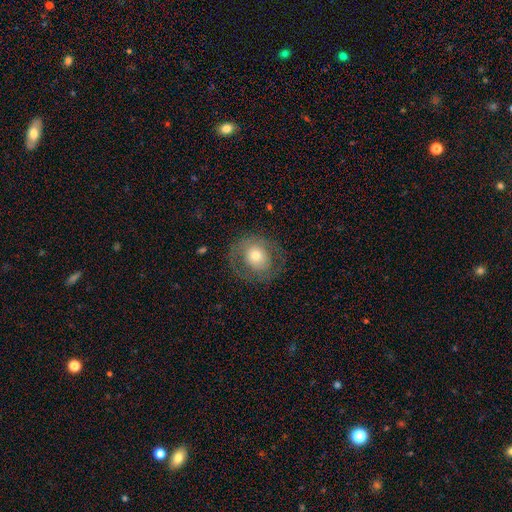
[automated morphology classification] smooth-or-featured: smooth: 52% | featured or disk: 40% | star or artifact: 8%
  how-rounded: round: 75% | in between: 24% | cigar-shaped: 1%
  merging: none: 75% | minor disturbance: 14% | major disturbance: 10% | merger: 1%